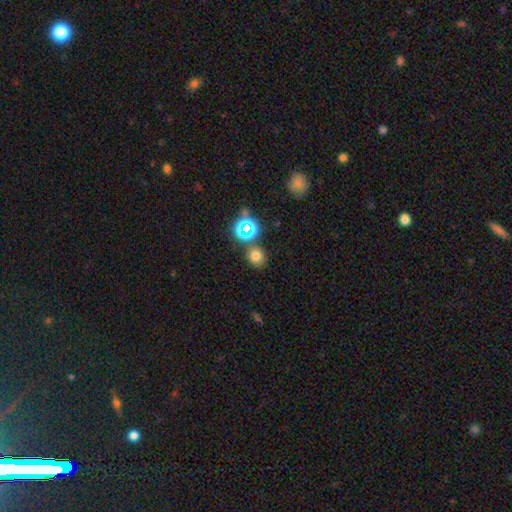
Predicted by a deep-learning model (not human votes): Smooth or featured? Predicted: smooth (p=0.71). How rounded? Predicted: round (p=0.77). Merging? Predicted: none (p=0.77).